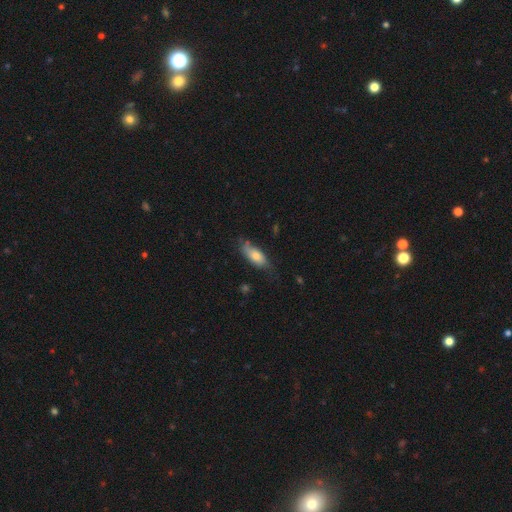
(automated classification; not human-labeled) This appears to be a smooth galaxy with no disk features (71%) that is in between round and cigar-shaped (77%). Merging: none (61%).